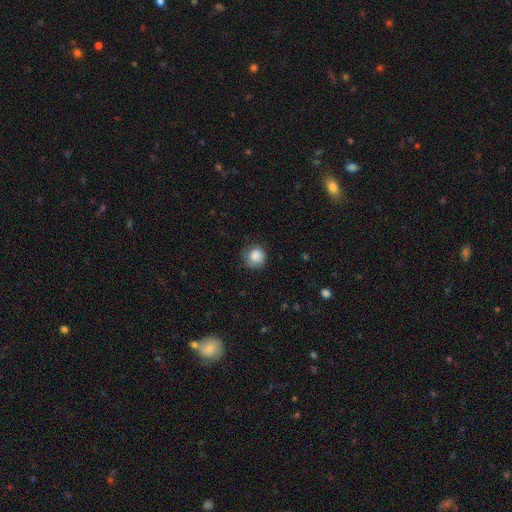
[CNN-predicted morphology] Smooth or featured? smooth (86%)
How rounded? round (90%)
Merging? none (68%)